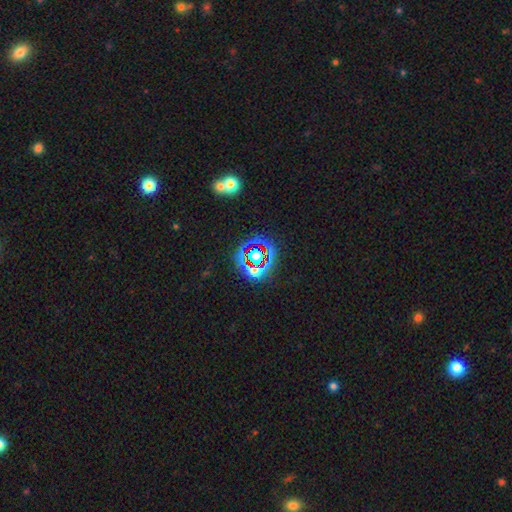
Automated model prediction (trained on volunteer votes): The model was most divided on "smooth or featured": star or artifact: 67%, smooth: 21%, featured or disk: 12%.